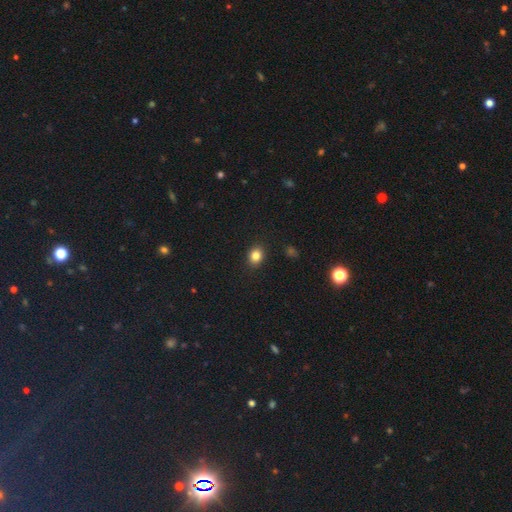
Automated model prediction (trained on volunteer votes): smooth-or-featured: smooth: 83% | star or artifact: 11% | featured or disk: 6%
  how-rounded: round: 56% | in between: 43% | cigar-shaped: 1%
  merging: none: 90% | minor disturbance: 7% | major disturbance: 2% | merger: 1%